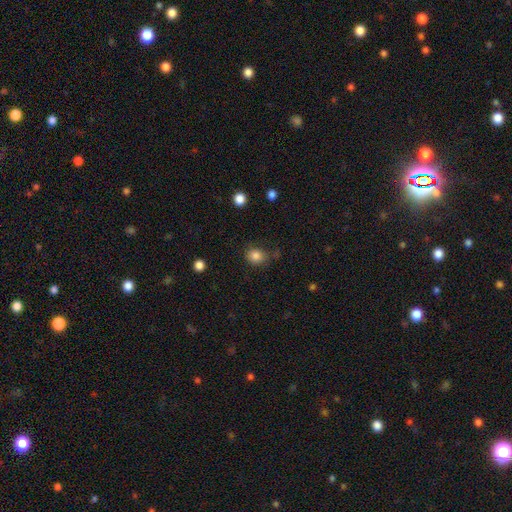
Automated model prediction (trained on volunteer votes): Overall: smooth (84%). How rounded: round (68%; in between 31%). Merging: none (70%).